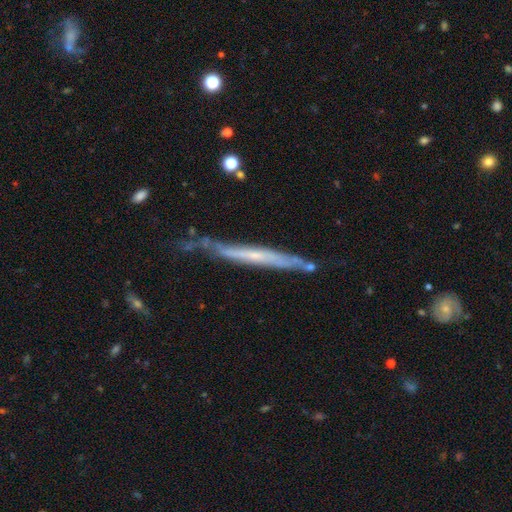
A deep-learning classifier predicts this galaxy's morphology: A featured or disk galaxy (63%) viewed edge-on (91%) with no central bulge (72%). Merging: none (68%).